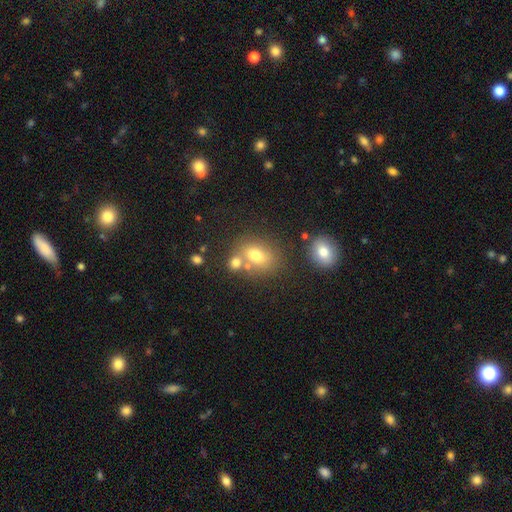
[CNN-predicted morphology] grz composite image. It shows a smooth galaxy with no disk features (72%) that is in between round and cigar-shaped (57%). Merging: none (54%).